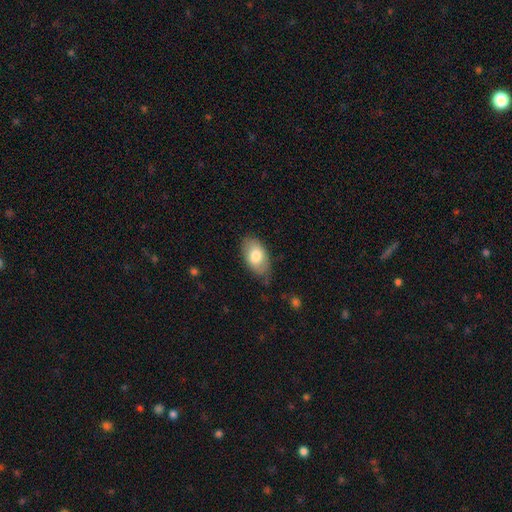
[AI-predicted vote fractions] Smooth or featured: smooth — 78% (featured or disk — 16%)
How rounded: in between — 93% (round — 6%)
Merging: none — 69% (minor disturbance — 24%)